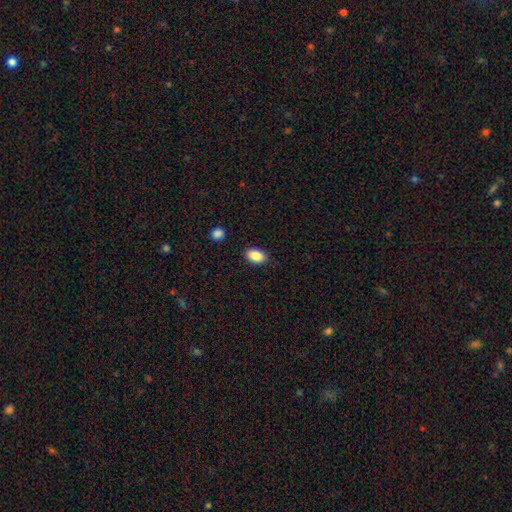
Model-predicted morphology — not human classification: smooth_or_featured: smooth (p=0.87) [alt: star or artifact p=0.07]
how_rounded: in between (p=0.91) [alt: round p=0.08]
merging: none (p=0.87) [alt: minor disturbance p=0.09]